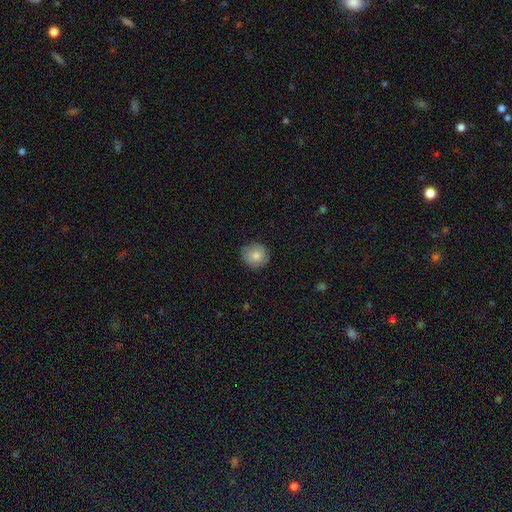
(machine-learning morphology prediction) smooth 79%, featured or disk 13%, star or artifact 8%. Down the decision tree: how rounded — round (89%); merging — none (86%).